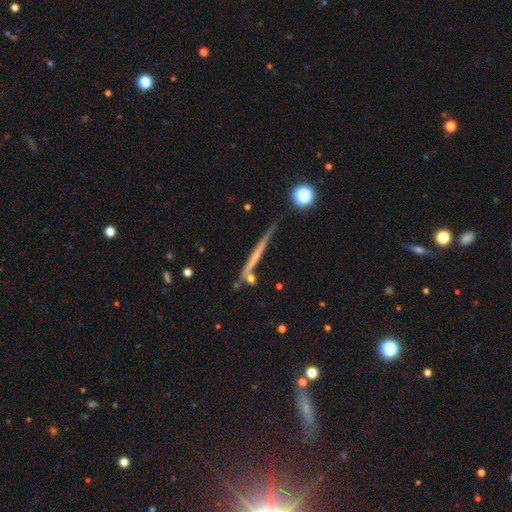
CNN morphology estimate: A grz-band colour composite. It shows a featured or disk galaxy (54%) viewed edge-on (96%) with no central bulge (83%). Merging: none (76%).